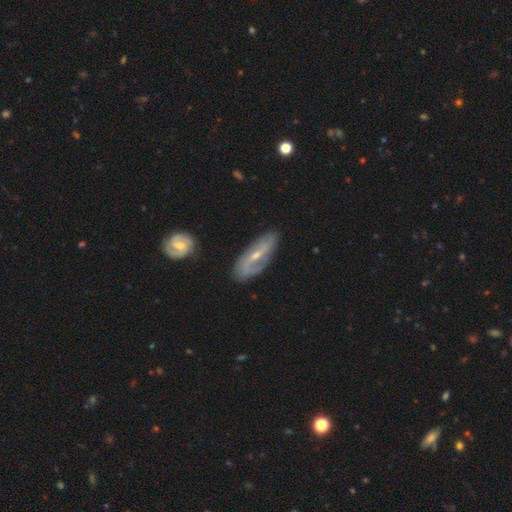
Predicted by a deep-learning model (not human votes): Q: Smooth or featured?
A: featured or disk (77%); runner-up: smooth (17%)
Q: Edge-on disk?
A: no (86%); runner-up: yes (14%)
Q: Bar?
A: weak (43%); runner-up: strong (31%)
Q: Spiral arms?
A: yes (86%); runner-up: no (14%)
Q: Spiral winding?
A: medium (39%); runner-up: tight (31%)
Q: Spiral arm count?
A: 2 (69%); runner-up: can't tell (16%)
Q: Bulge size?
A: small (57%); runner-up: moderate (39%)
Q: Merging?
A: none (73%); runner-up: minor disturbance (19%)